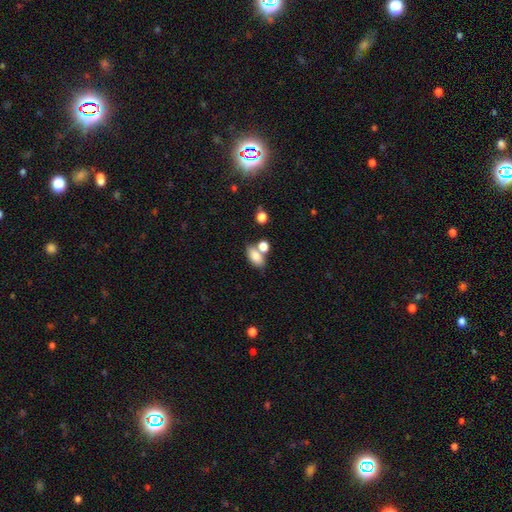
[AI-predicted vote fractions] This is likely a smooth galaxy (80%). How rounded: clearly in between (87%). Merging: possibly none (50%).